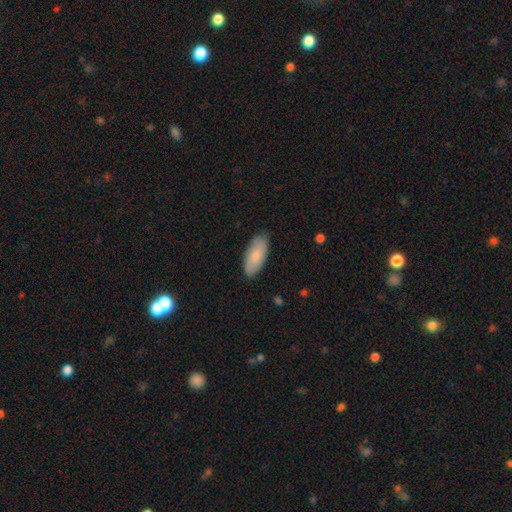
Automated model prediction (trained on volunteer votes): A smooth galaxy with no disk features (79%) that is in between round and cigar-shaped (89%).

Vote fractions:
- Smooth or featured? smooth: 79% / featured or disk: 15% / star or artifact: 6%
- How rounded? in between: 89% / cigar-shaped: 9% / round: 2%
- Merging? none: 84% / minor disturbance: 13% / major disturbance: 2% / merger: 1%